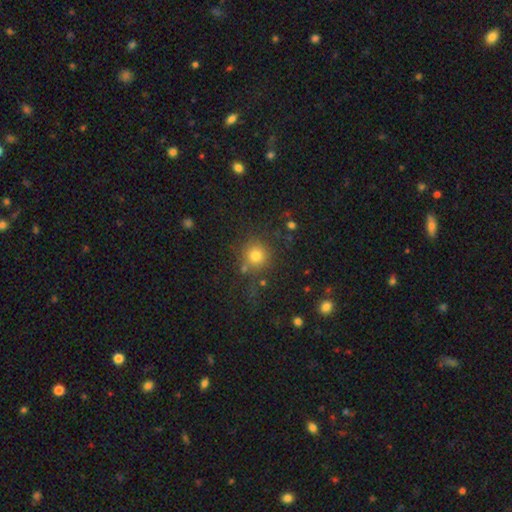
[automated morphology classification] Q: Smooth or featured?
A: smooth (77%); runner-up: star or artifact (16%)
Q: How rounded?
A: round (93%); runner-up: in between (6%)
Q: Merging?
A: none (75%); runner-up: minor disturbance (11%)